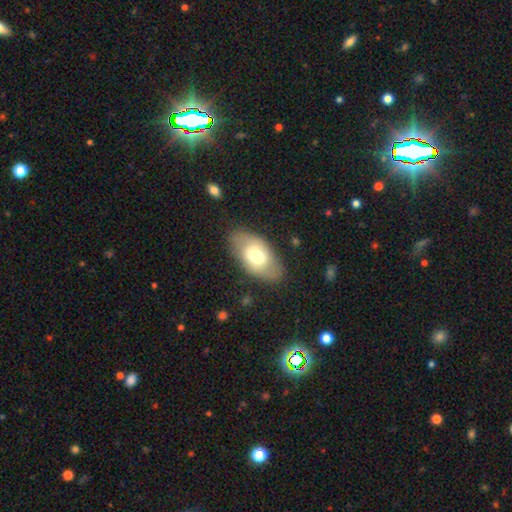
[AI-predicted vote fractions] smooth-or-featured: smooth: 62% | featured or disk: 32% | star or artifact: 6%
  how-rounded: in between: 93% | round: 4% | cigar-shaped: 3%
  merging: none: 78% | minor disturbance: 16% | major disturbance: 5% | merger: 1%